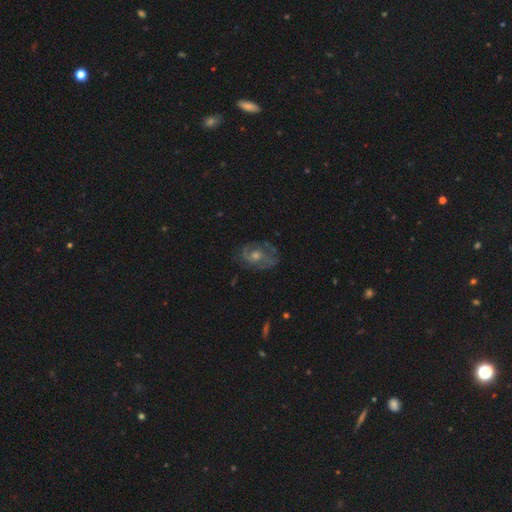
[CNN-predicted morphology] A featured or disk galaxy (66%) with no bar (74%), spiral arms (73%) and a moderate central bulge (62%). Merging: none (70%).